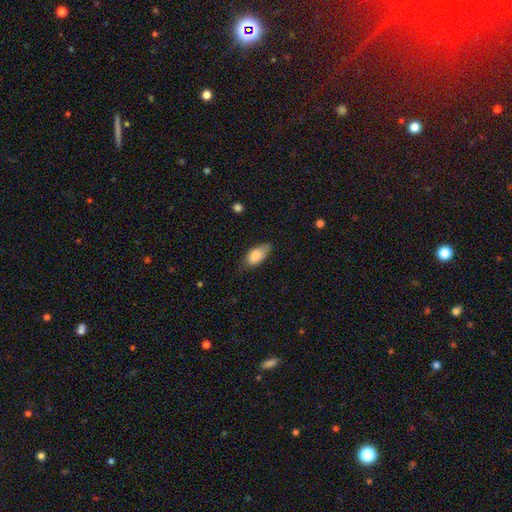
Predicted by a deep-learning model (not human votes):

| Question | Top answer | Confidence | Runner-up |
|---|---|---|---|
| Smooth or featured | smooth | 83% | featured or disk (10%) |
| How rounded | in between | 89% | cigar-shaped (8%) |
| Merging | none | 63% | minor disturbance (30%) |